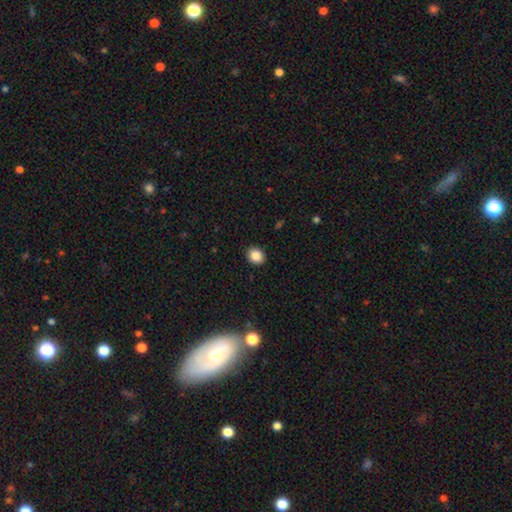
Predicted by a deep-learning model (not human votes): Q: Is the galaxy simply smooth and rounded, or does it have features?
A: smooth — 86%.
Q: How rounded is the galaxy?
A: round — 59%.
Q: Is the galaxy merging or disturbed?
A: none — 91%.